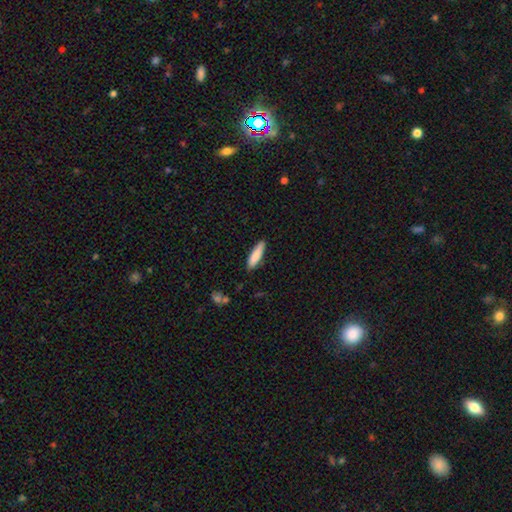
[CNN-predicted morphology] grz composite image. It shows a smooth galaxy with no disk features (84%) that is cigar-shaped (68%). Merging: none (85%).